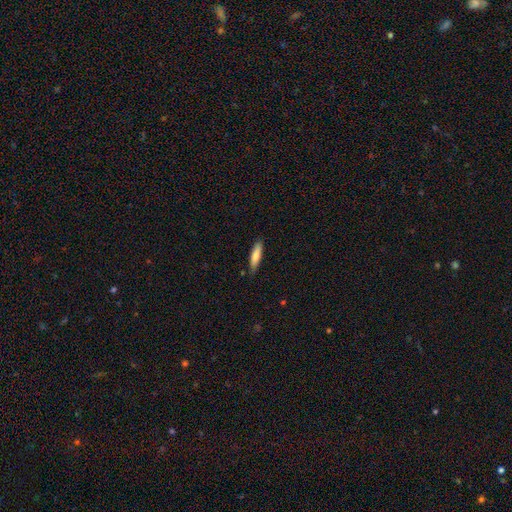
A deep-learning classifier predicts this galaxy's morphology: Overall: smooth (77%). How rounded: cigar-shaped (74%). Merging: none (82%).